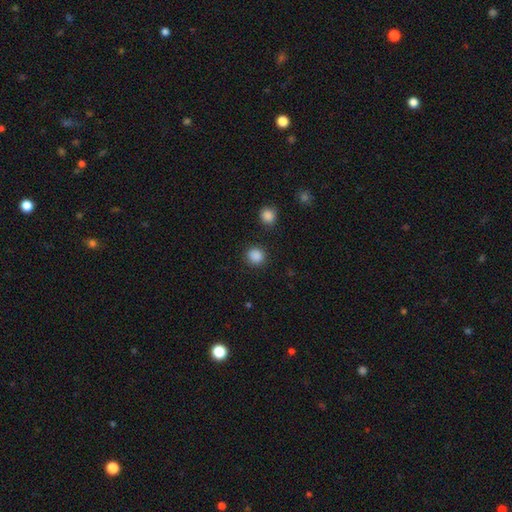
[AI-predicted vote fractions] smooth-or-featured: smooth: 87% | star or artifact: 11% | featured or disk: 3%
  how-rounded: round: 87% | in between: 12% | cigar-shaped: 1%
  merging: none: 88% | minor disturbance: 7% | major disturbance: 3% | merger: 2%